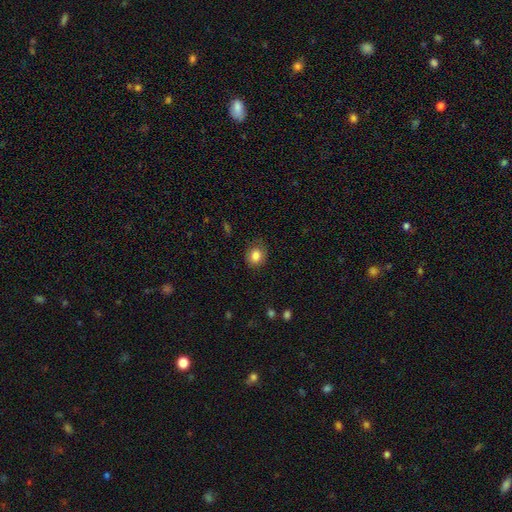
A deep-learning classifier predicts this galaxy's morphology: Smooth or featured? Predicted: smooth (p=0.84). How rounded? Predicted: round (p=0.68). Merging? Predicted: none (p=0.78).